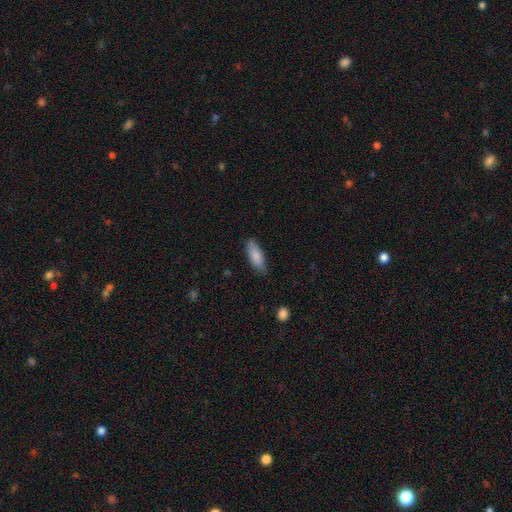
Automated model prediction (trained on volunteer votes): Overall: smooth (86%). How rounded: in between (68%; cigar-shaped 30%). Merging: none (83%).